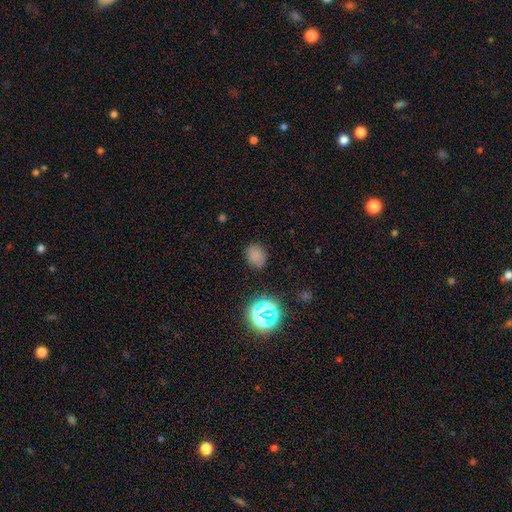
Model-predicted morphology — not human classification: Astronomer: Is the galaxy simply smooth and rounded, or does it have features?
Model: smooth — 71%.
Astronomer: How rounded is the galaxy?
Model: in between — 51% (runner-up: round, 48%).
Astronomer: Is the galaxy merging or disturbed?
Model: none — 80%.